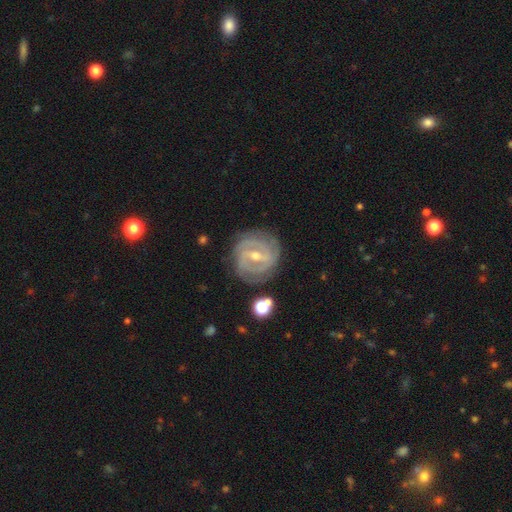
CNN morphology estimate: This is clearly a featured or disk galaxy (88%). It is clearly not viewed edge-on (96%). Bar: possibly strong (45%). Spiral arm pattern: clearly yes (96%). Spiral arm count: marginally 2 (38%). Spiral winding: likely tight (73%). Central bulge: possibly moderate (53%). Merging: likely none (80%).